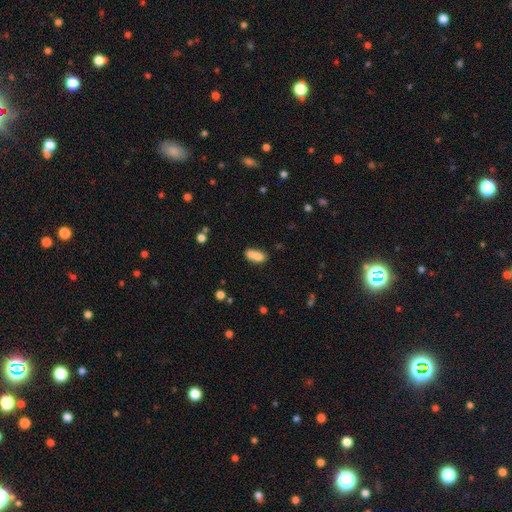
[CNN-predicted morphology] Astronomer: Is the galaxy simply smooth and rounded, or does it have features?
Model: smooth — 76%.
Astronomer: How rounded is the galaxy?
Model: in between — 81%.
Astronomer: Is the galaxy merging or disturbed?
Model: merger — 42% (runner-up: none, 36%).